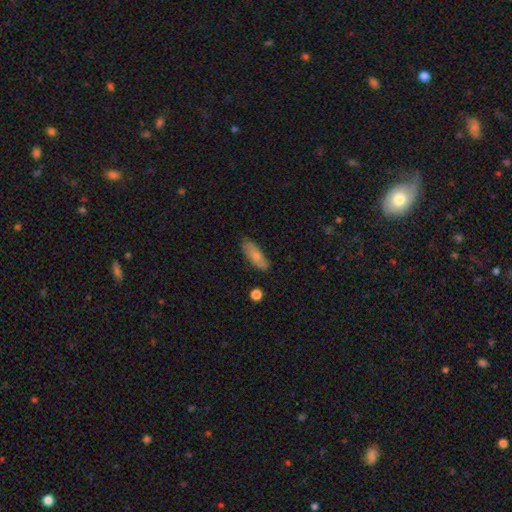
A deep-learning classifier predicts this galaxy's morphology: This is likely a smooth galaxy (75%). How rounded: likely in between (63%). Merging: clearly none (81%).